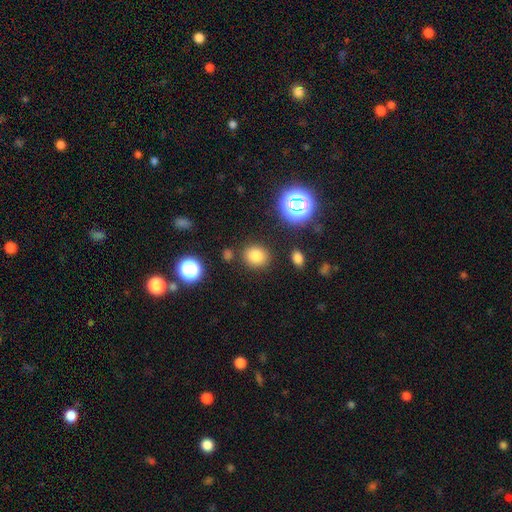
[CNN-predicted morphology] This is likely a smooth galaxy (80%). How rounded: likely round (71%). Merging: clearly none (84%).